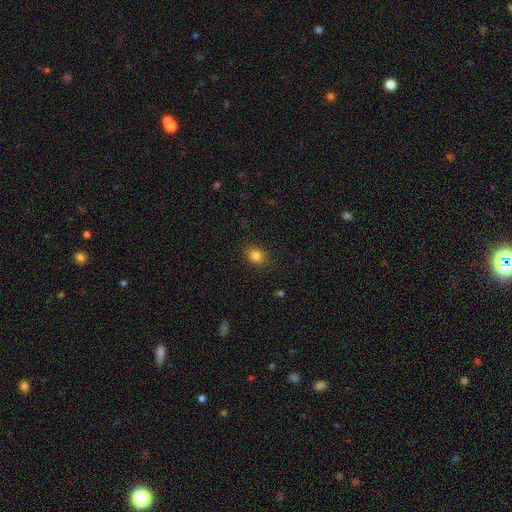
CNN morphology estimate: type=smooth (82%); roundness=round (59%); merging=none (88%).